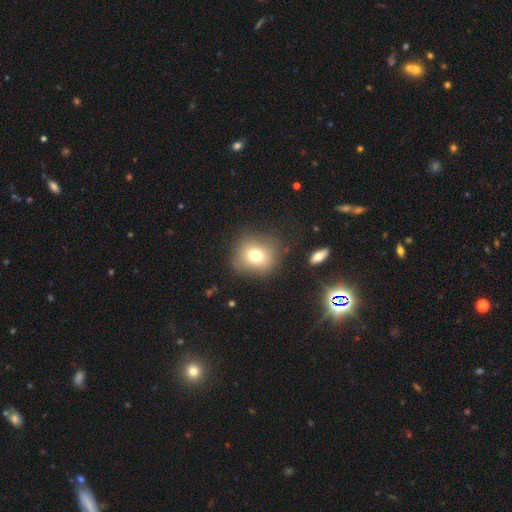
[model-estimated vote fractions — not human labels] Smooth or featured?
  - smooth: 75% *
  - featured or disk: 13%
  - star or artifact: 12%
How rounded?
  - round: 80% *
  - in between: 19%
  - cigar-shaped: 1%
Merging?
  - none: 78% *
  - minor disturbance: 14%
  - major disturbance: 5%
  - merger: 3%